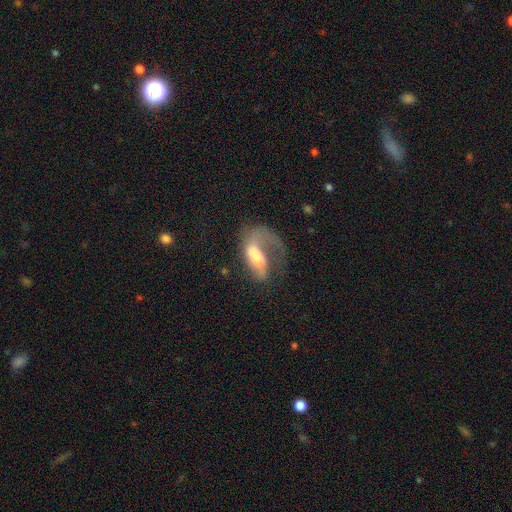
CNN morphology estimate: Smooth or featured? featured or disk (61%)
Edge-on disk? no (93%)
Bar? no (41%)
Spiral arms? yes (78%)
Bulge size? moderate (48%)
Merging? major disturbance (52%)